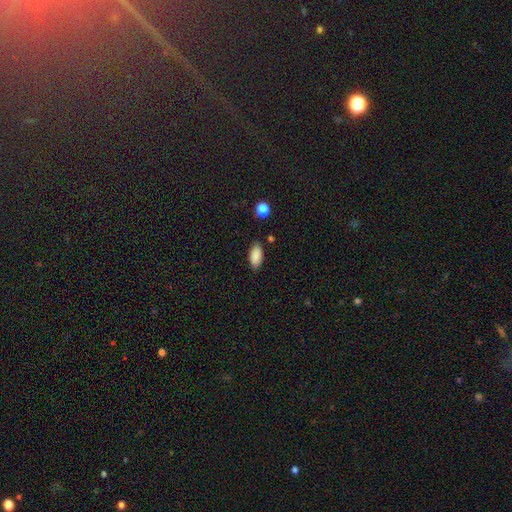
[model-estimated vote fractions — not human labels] This is clearly a smooth galaxy (89%). How rounded: clearly in between (91%). Merging: clearly none (83%).